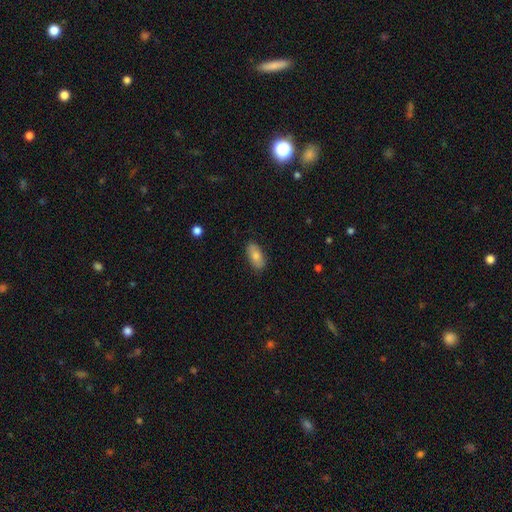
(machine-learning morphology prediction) Smooth or featured?
  - smooth: 77% *
  - featured or disk: 17%
  - star or artifact: 7%
How rounded?
  - in between: 90% *
  - cigar-shaped: 7%
  - round: 3%
Merging?
  - none: 85% *
  - minor disturbance: 12%
  - major disturbance: 2%
  - merger: 1%